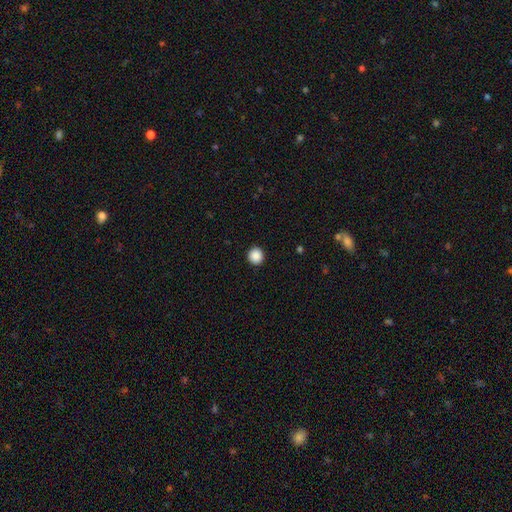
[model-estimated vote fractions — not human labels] This appears to be a smooth galaxy with no disk features (89%) that is round (93%). Merging: none (93%).